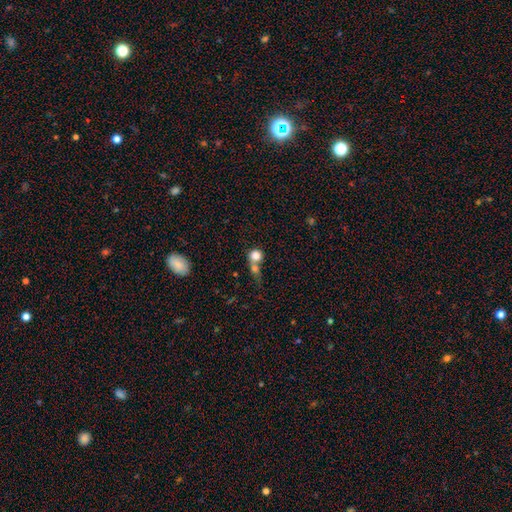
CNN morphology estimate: Q: Smooth or featured?
A: smooth (79%); runner-up: star or artifact (10%)
Q: How rounded?
A: round (85%); runner-up: in between (13%)
Q: Merging?
A: merger (54%); runner-up: none (34%)